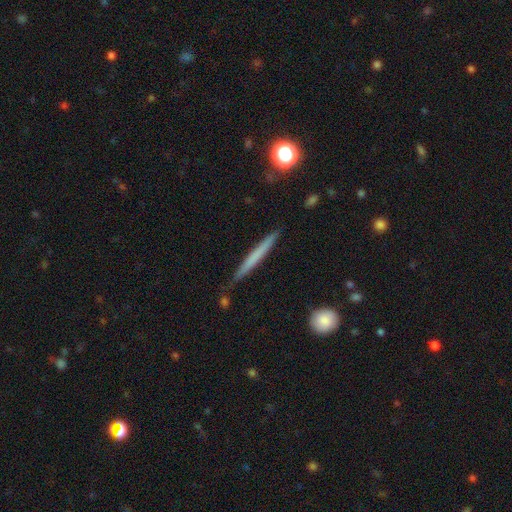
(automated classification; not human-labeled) Smooth or featured: smooth — 55% (featured or disk — 39%)
How rounded: cigar-shaped — 96% (in between — 2%)
Merging: none — 87% (minor disturbance — 10%)